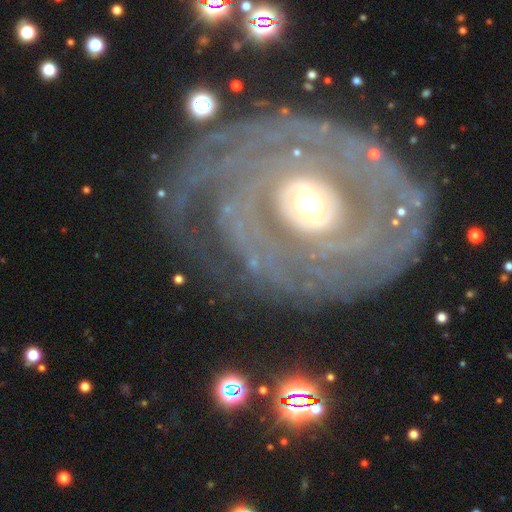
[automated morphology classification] A featured or disk galaxy (88%) with no bar (72%), tight (74%) spiral arms (89%) and a moderate central bulge (65%).

Vote fractions:
- Smooth or featured? featured or disk: 88% / smooth: 7% / star or artifact: 5%
- Edge-on disk? no: 97% / yes: 3%
- Bar? no: 72% / weak: 19% / strong: 9%
- Spiral arms? yes: 89% / no: 11%
- Spiral winding? tight: 74% / medium: 19% / loose: 7%
- Spiral arm count? can't tell: 33% / 2: 23% / 3: 14% / more than 4: 11% / 4: 11% / 1: 9%
- Bulge size? moderate: 65% / small: 19% / large: 13% / dominant: 2% / none: 1%
- Merging? none: 73% / minor disturbance: 15% / major disturbance: 10% / merger: 2%